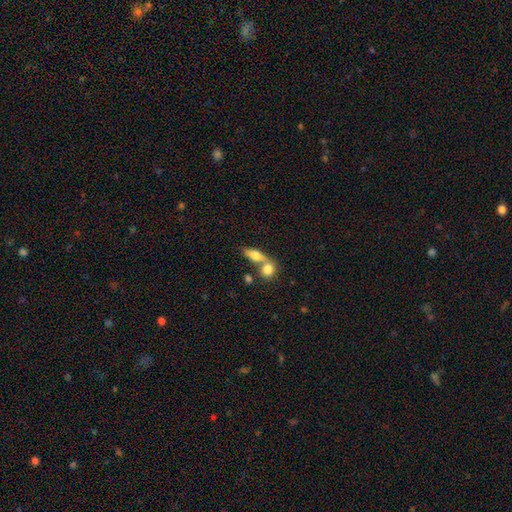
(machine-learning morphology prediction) The model was most divided on "merging": merger: 49%, none: 38%, minor disturbance: 9%, major disturbance: 4%. More confident: smooth or featured — smooth (69%); how rounded — in between (63%).